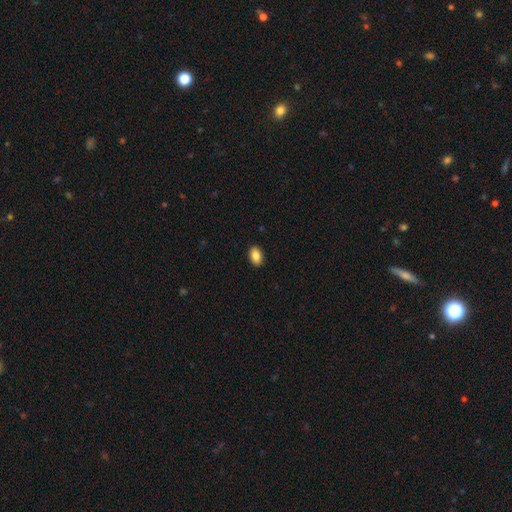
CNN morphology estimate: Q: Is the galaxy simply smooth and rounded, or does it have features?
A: smooth — 86%.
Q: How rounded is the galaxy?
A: in between — 87%.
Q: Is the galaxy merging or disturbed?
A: none — 90%.